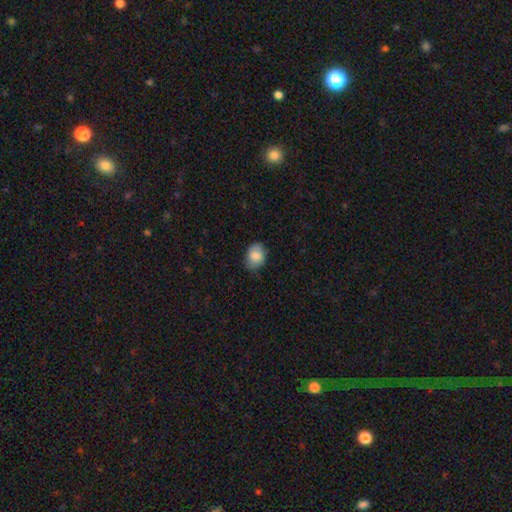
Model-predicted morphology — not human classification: This appears to be a smooth galaxy with no disk features (83%) that is in between round and cigar-shaped (68%). Merging: none (76%).